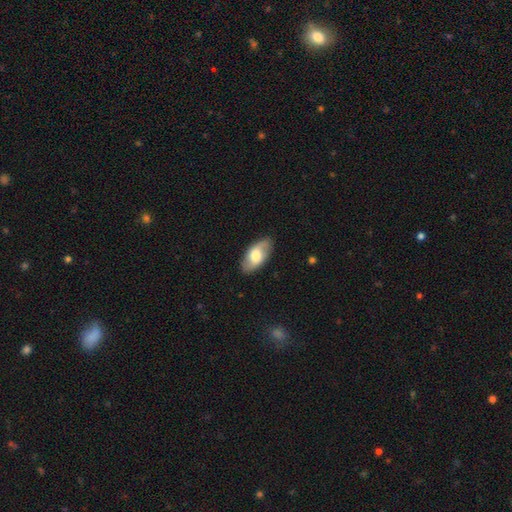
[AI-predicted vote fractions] smooth_or_featured: smooth (p=0.55) [alt: featured or disk p=0.39]
how_rounded: in between (p=0.92) [alt: cigar-shaped p=0.04]
merging: none (p=0.86) [alt: minor disturbance p=0.11]